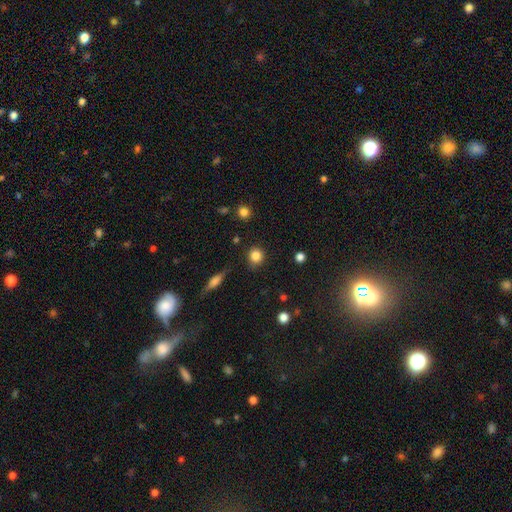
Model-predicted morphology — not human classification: Overall: smooth (84%). How rounded: round (87%). Merging: none (86%).